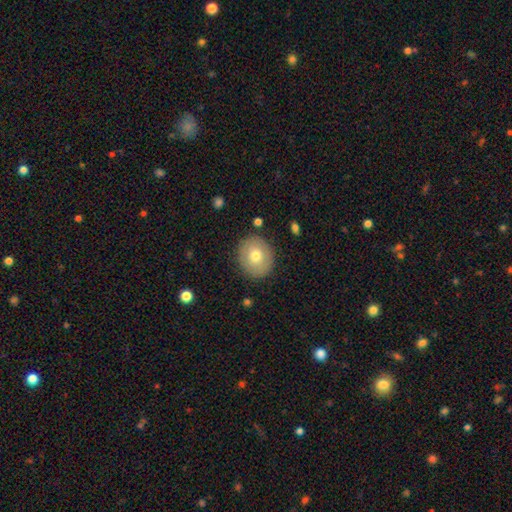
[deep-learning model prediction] Q: Smooth or featured?
A: smooth (71%); runner-up: featured or disk (20%)
Q: How rounded?
A: round (75%); runner-up: in between (24%)
Q: Merging?
A: none (87%); runner-up: minor disturbance (9%)